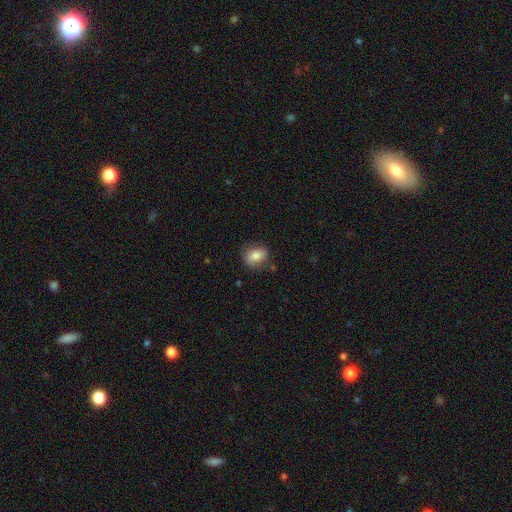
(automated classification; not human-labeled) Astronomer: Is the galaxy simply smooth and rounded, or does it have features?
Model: smooth — 78%.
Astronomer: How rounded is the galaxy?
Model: in between — 59% (runner-up: round, 39%).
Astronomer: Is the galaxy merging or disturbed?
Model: none — 72%.